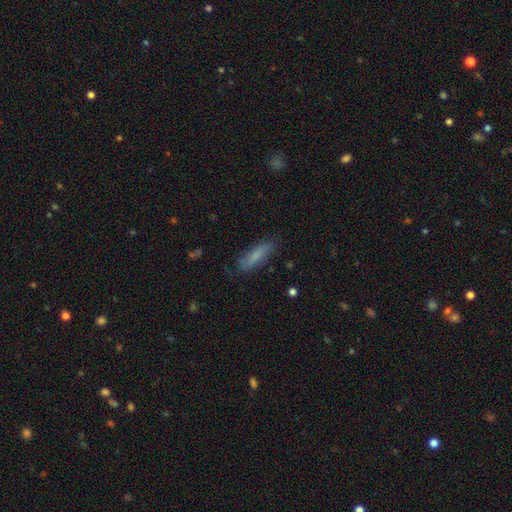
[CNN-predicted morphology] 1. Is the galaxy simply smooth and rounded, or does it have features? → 74% smooth, 19% featured or disk, 7% star or artifact.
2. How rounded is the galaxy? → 64% cigar-shaped, 34% in between, 2% round.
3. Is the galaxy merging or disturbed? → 79% none, 16% minor disturbance, 4% major disturbance, 1% merger.